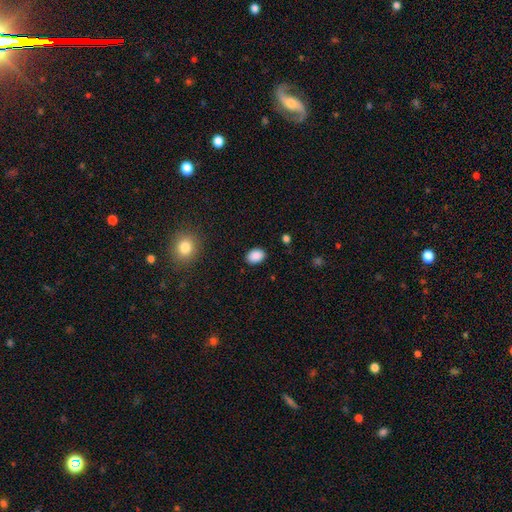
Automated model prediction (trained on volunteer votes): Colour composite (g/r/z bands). It shows a smooth galaxy with no disk features (89%) that is in between round and cigar-shaped (75%). Merging: none (87%).